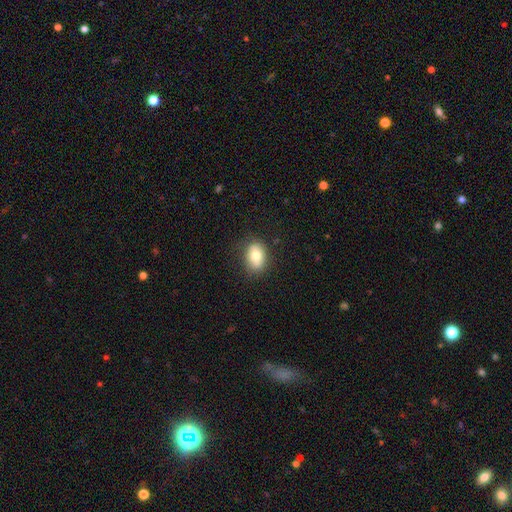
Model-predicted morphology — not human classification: smooth_or_featured: smooth (p=0.76) [alt: featured or disk p=0.16]
how_rounded: in between (p=0.74) [alt: round p=0.25]
merging: none (p=0.79) [alt: minor disturbance p=0.16]